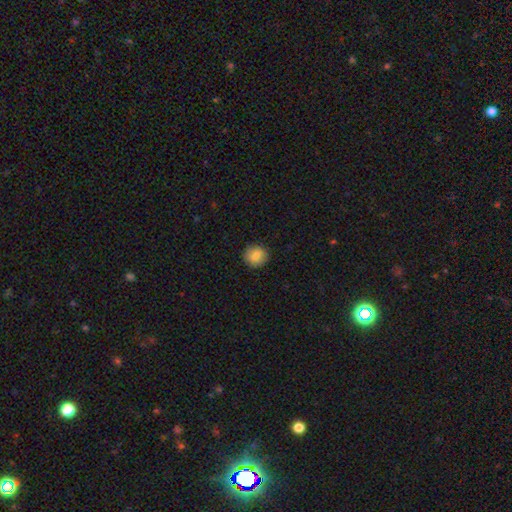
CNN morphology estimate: A smooth galaxy with no disk features (81%) that is round (88%).

Vote fractions:
- Smooth or featured? smooth: 81% / featured or disk: 10% / star or artifact: 9%
- How rounded? round: 88% / in between: 11% / cigar-shaped: 1%
- Merging? none: 90% / minor disturbance: 7% / major disturbance: 2% / merger: 1%